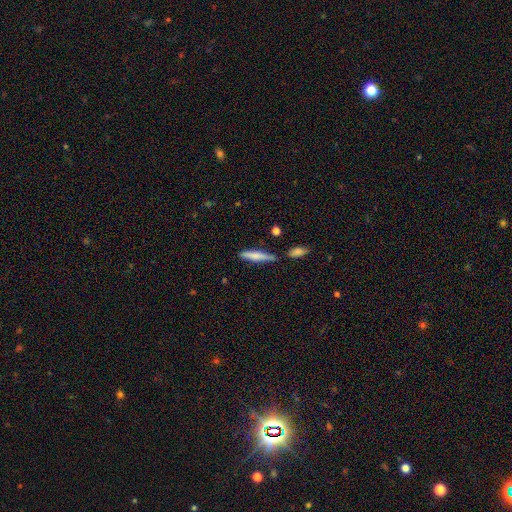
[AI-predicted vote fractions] Morphology: type=smooth (67%); roundness=cigar-shaped (87%); merging=none (74%).